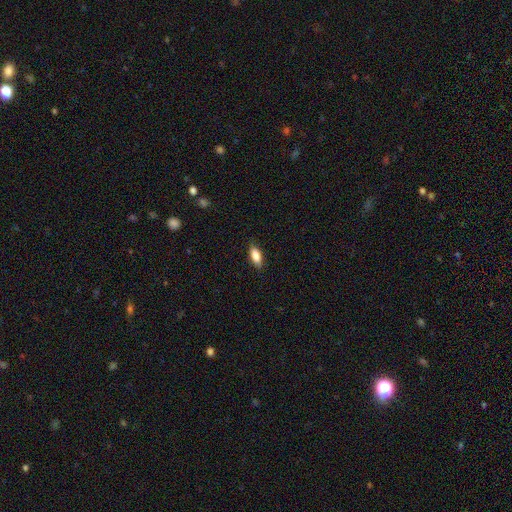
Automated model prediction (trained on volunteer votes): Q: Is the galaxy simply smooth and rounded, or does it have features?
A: smooth — 82%.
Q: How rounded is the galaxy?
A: in between — 79%.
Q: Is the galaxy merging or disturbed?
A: none — 85%.